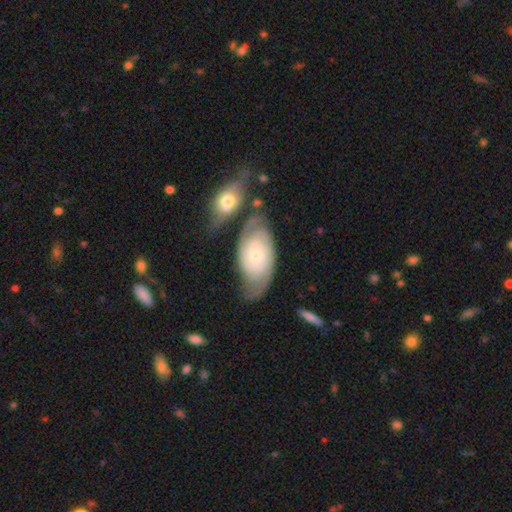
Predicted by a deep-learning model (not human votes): A featured or disk galaxy (73%) with no bar (77%), 2 (63%) tight (60%) spiral arms (91%) and a small central bulge (64%).

Vote fractions:
- Smooth or featured? featured or disk: 73% / smooth: 21% / star or artifact: 6%
- Edge-on disk? no: 94% / yes: 6%
- Bar? no: 77% / weak: 20% / strong: 3%
- Spiral arms? yes: 91% / no: 9%
- Spiral winding? tight: 60% / medium: 30% / loose: 10%
- Spiral arm count? 2: 63% / can't tell: 23% / 3: 7% / 1: 3% / 4: 3% / more than 4: 2%
- Bulge size? small: 64% / moderate: 31% / large: 2% / none: 1% / dominant: 1%
- Merging? none: 55% / minor disturbance: 19% / merger: 17% / major disturbance: 8%